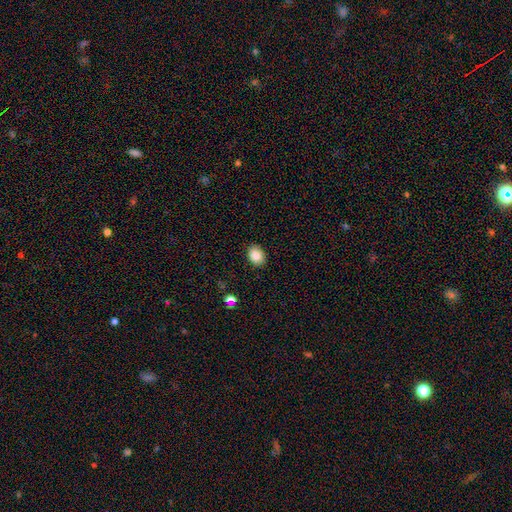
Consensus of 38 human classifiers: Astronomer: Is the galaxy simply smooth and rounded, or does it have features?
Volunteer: smooth — 92%.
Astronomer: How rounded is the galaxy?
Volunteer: round — 54% (runner-up: in between, 46%).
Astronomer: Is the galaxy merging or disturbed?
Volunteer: none — 97%.